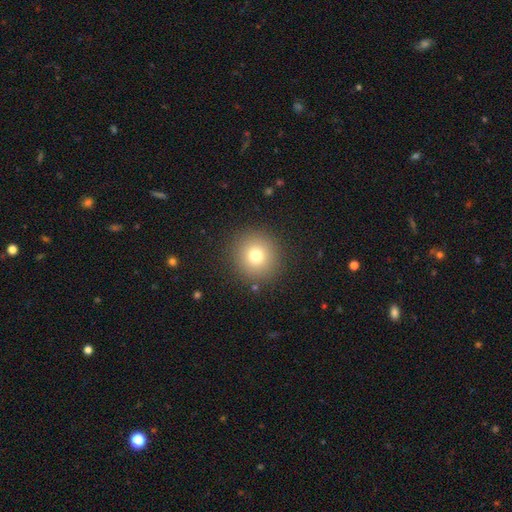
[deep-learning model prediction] Q: Smooth or featured?
A: smooth (76%); runner-up: star or artifact (14%)
Q: How rounded?
A: round (94%); runner-up: in between (5%)
Q: Merging?
A: none (90%); runner-up: minor disturbance (6%)